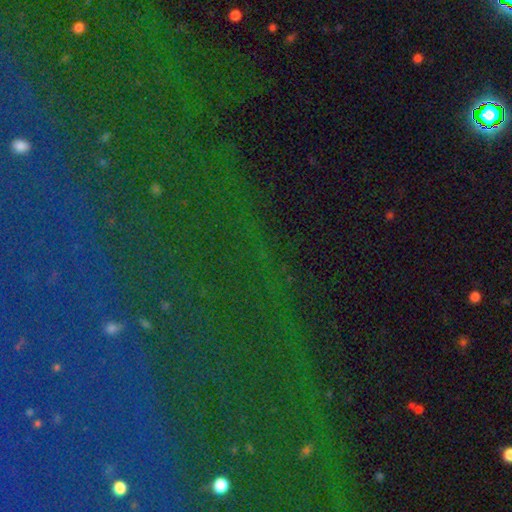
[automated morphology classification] Smooth or featured?
  - star or artifact: 81% *
  - smooth: 10%
  - featured or disk: 9%